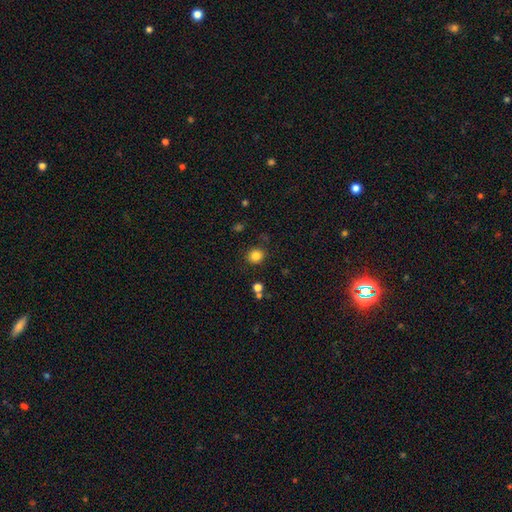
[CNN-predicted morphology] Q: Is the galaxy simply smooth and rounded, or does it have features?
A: smooth — 84%.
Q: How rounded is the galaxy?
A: round — 82%.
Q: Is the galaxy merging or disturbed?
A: none — 86%.